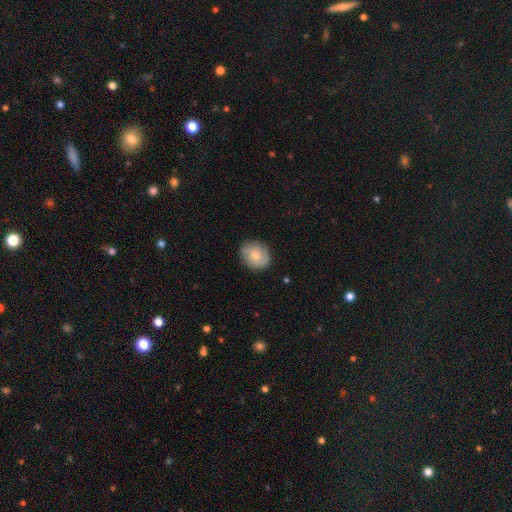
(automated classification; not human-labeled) Overall: smooth (61%; featured or disk 32%). How rounded: round (74%). Merging: none (81%).